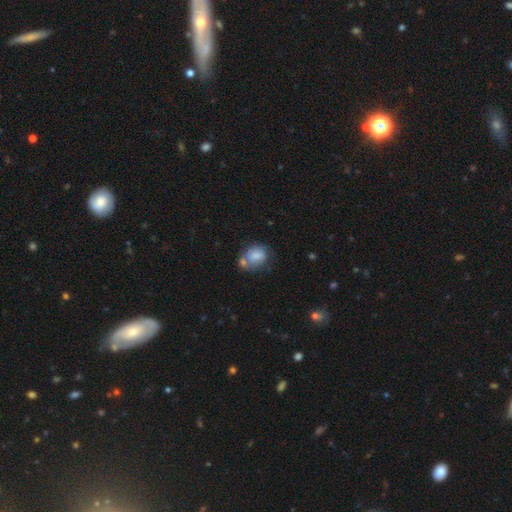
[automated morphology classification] Overall: smooth (70%). How rounded: in between (52%; round 47%). Merging: none (41%; merger 28%).